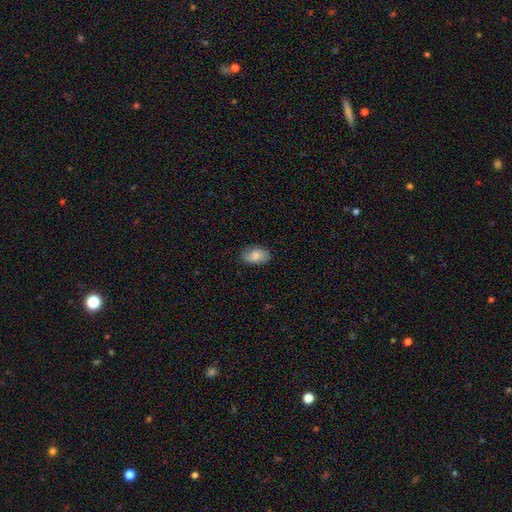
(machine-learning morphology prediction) Smooth or featured? smooth (81%)
How rounded? in between (93%)
Merging? none (82%)